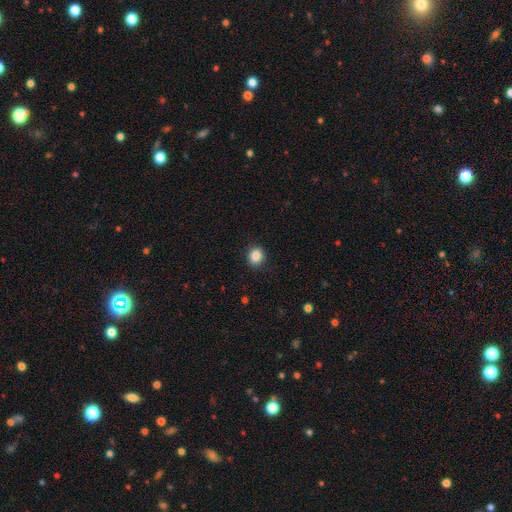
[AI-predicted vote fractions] Morphology: type=smooth (86%); roundness=round (67%); merging=none (88%).